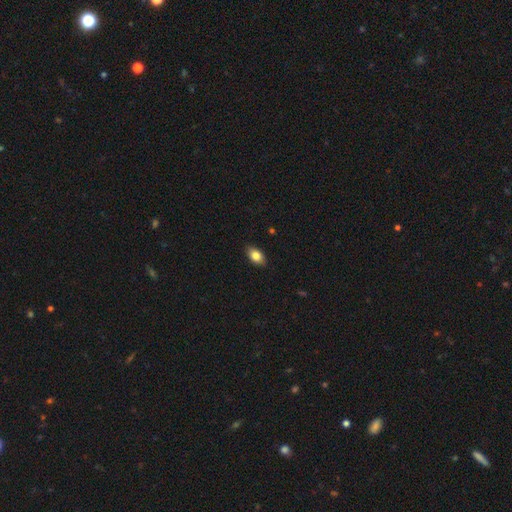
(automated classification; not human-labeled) This appears to be a smooth galaxy with no disk features (81%) that is in between round and cigar-shaped (89%). Merging: none (87%).